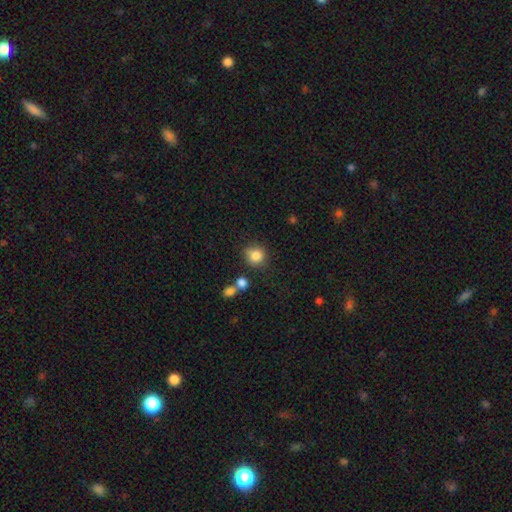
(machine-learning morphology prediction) smooth_or_featured: smooth (p=0.84) [alt: star or artifact p=0.10]
how_rounded: round (p=0.87) [alt: in between p=0.12]
merging: none (p=0.73) [alt: minor disturbance p=0.14]